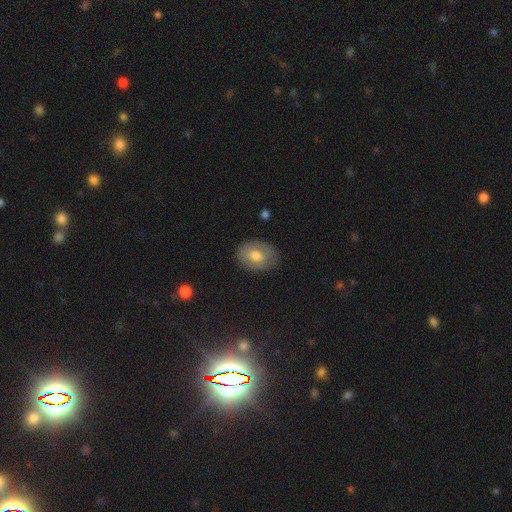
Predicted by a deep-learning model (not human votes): This appears to be a smooth galaxy with no disk features (66%) that is in between round and cigar-shaped (74%). Merging: none (82%).